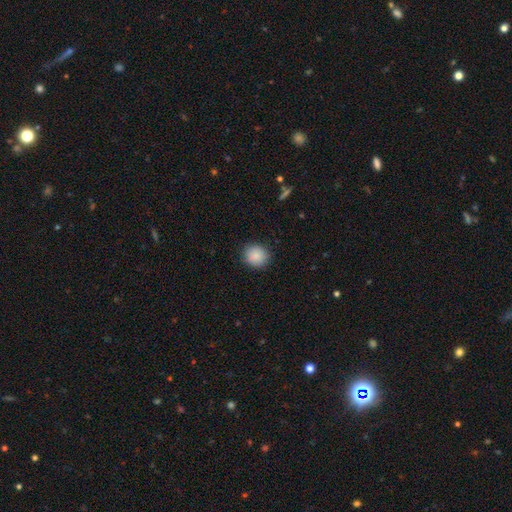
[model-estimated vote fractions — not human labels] This appears to be a smooth galaxy with no disk features (88%) that is round (82%). Merging: none (89%).